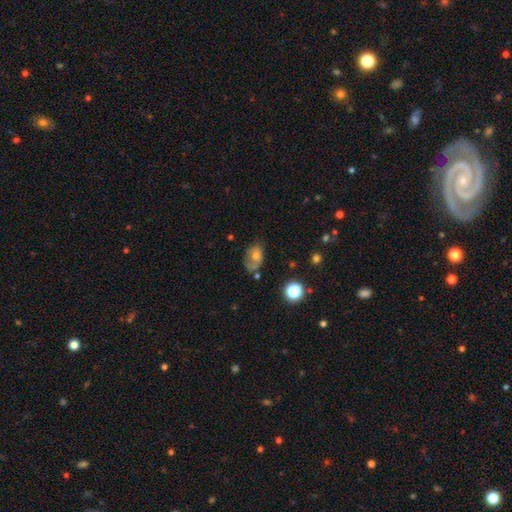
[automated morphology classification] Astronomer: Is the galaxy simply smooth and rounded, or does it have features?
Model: smooth — 56%.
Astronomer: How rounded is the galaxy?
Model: in between — 74%.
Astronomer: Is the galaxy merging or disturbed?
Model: none — 46% (runner-up: minor disturbance, 30%).